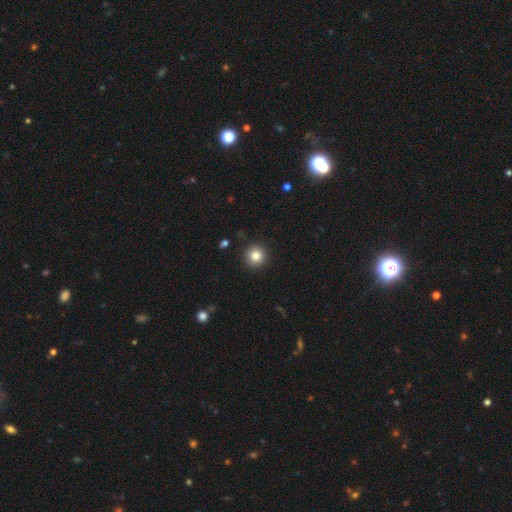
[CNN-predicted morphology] The model was most divided on "smooth or featured": smooth: 82%, star or artifact: 11%, featured or disk: 7%. More confident: how rounded — round (93%); merging — none (92%).